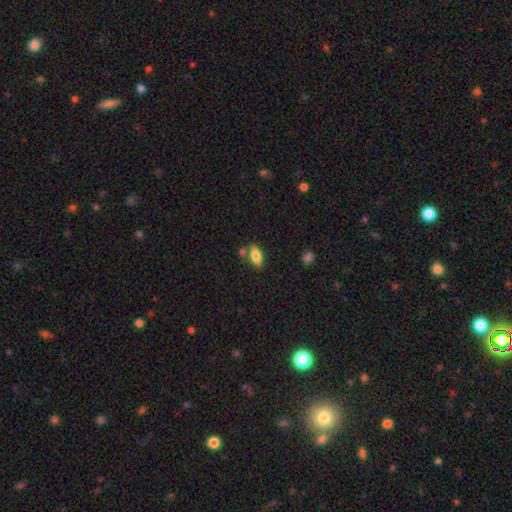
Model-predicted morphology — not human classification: Smooth or featured: smooth — 80% (featured or disk — 12%)
How rounded: in between — 86% (cigar-shaped — 11%)
Merging: none — 68% (minor disturbance — 14%)